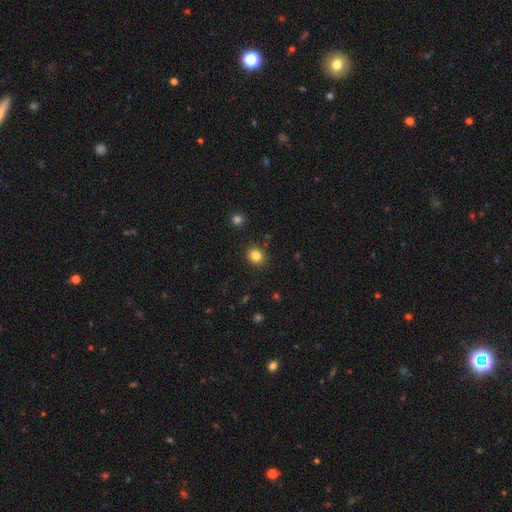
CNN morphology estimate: This appears to be a smooth galaxy with no disk features (84%) that is round (74%). Merging: none (88%).